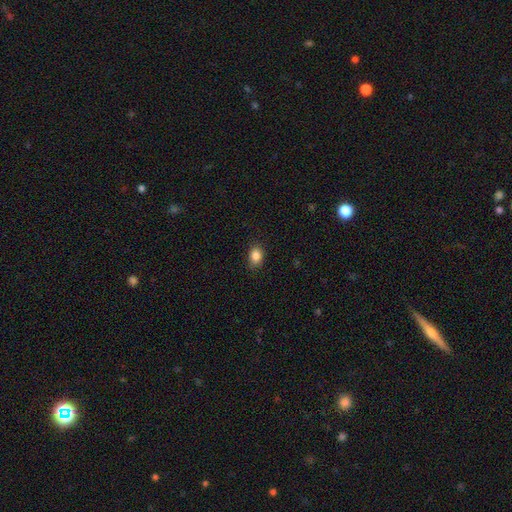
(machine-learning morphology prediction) Smooth or featured? smooth (86%)
How rounded? in between (66%)
Merging? none (84%)